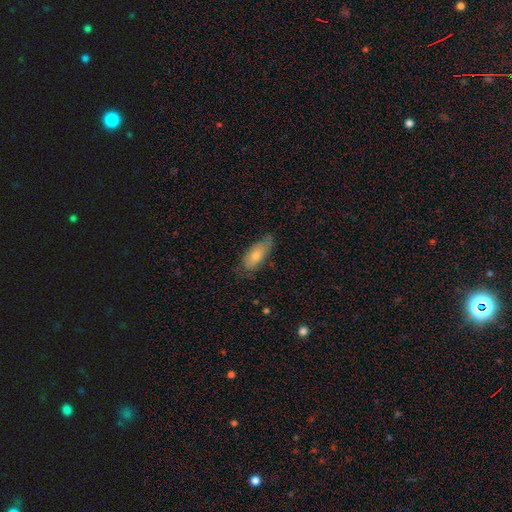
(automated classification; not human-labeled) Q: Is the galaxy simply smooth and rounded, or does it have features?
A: smooth — 65%.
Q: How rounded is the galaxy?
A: in between — 76%.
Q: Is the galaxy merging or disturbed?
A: none — 63%.